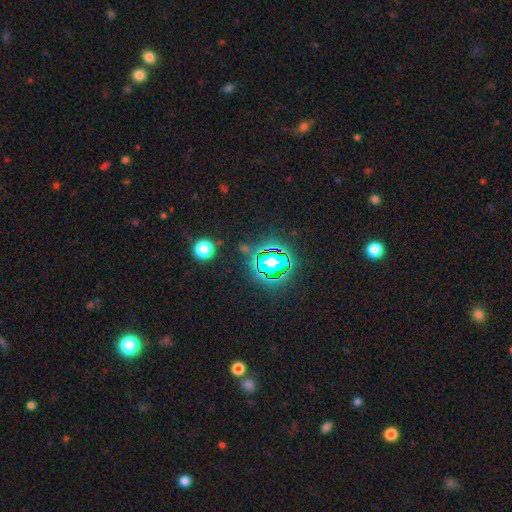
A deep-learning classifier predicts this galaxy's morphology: Q: Smooth or featured?
A: star or artifact (81%); runner-up: smooth (12%)